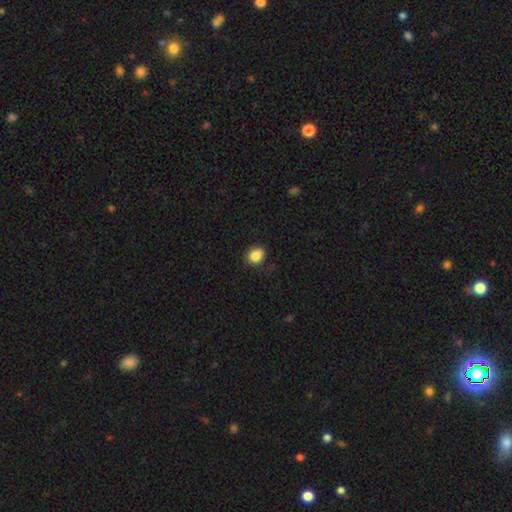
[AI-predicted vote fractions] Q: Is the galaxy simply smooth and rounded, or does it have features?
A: smooth — 86%.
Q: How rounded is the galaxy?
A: round — 70%.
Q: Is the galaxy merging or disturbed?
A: none — 84%.